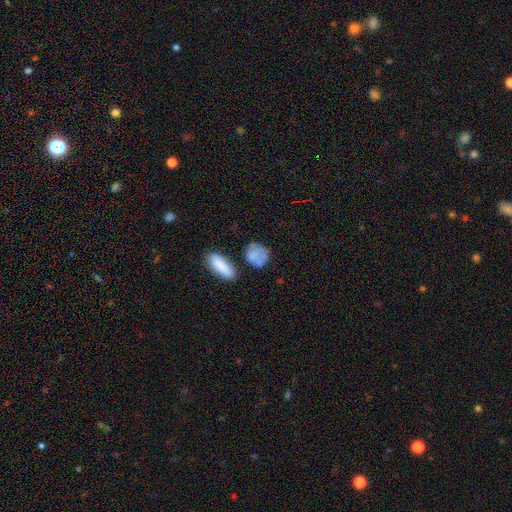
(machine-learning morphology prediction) smooth 75%, featured or disk 17%, star or artifact 8%. Down the decision tree: how rounded — round (52%); merging — none (55%).